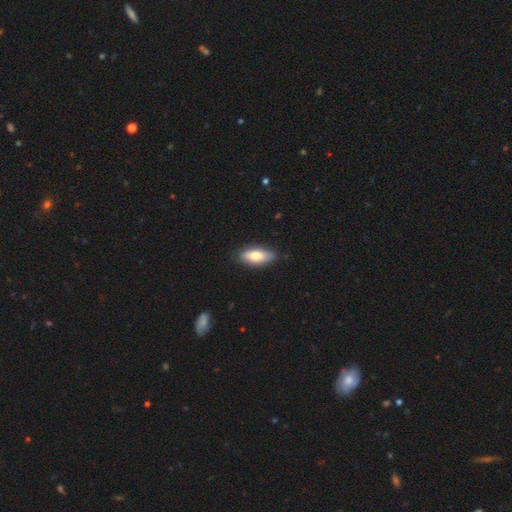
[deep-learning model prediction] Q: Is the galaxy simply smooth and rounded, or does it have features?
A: smooth — 73%.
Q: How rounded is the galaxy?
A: in between — 79%.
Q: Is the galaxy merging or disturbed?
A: none — 83%.